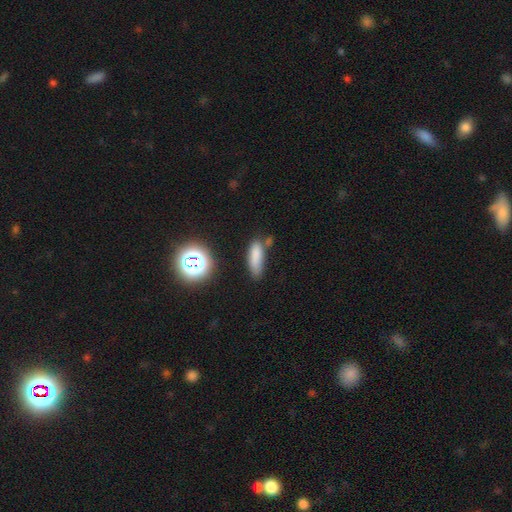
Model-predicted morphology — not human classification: type=smooth (76%); roundness=in between (49%); merging=none (61%).